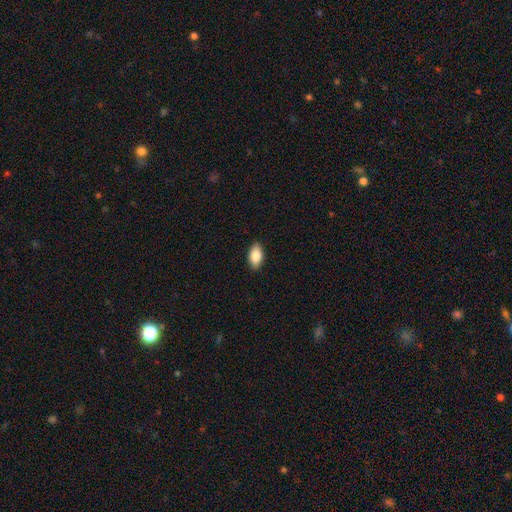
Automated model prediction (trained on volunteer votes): Smooth or featured? Predicted: smooth (p=0.83). How rounded? Predicted: in between (p=0.91). Merging? Predicted: none (p=0.89).